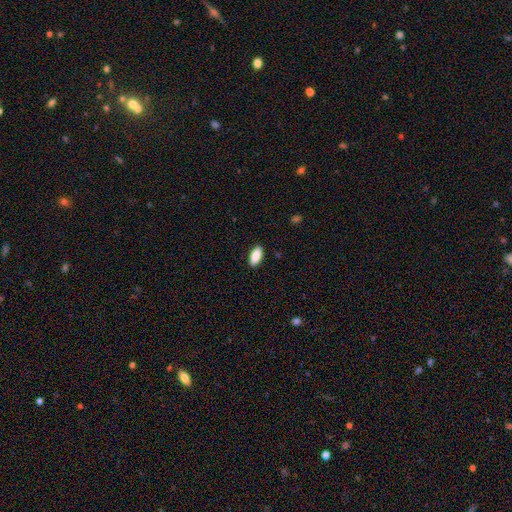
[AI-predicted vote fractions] Smooth or featured: smooth — 89% (star or artifact — 6%)
How rounded: in between — 87% (cigar-shaped — 11%)
Merging: none — 89% (minor disturbance — 8%)